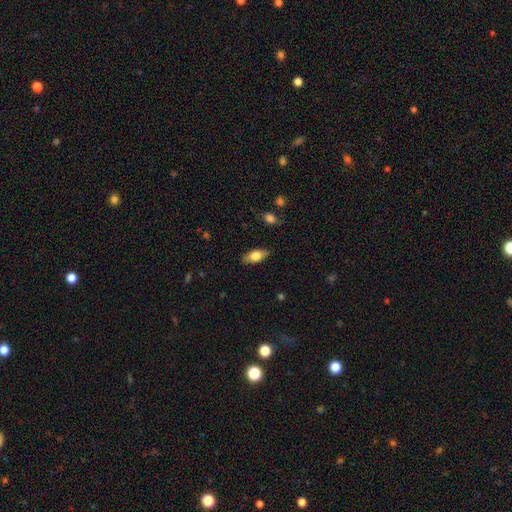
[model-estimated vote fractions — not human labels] A smooth galaxy with no disk features (74%) that is in between round and cigar-shaped (85%). Merging: none (85%).